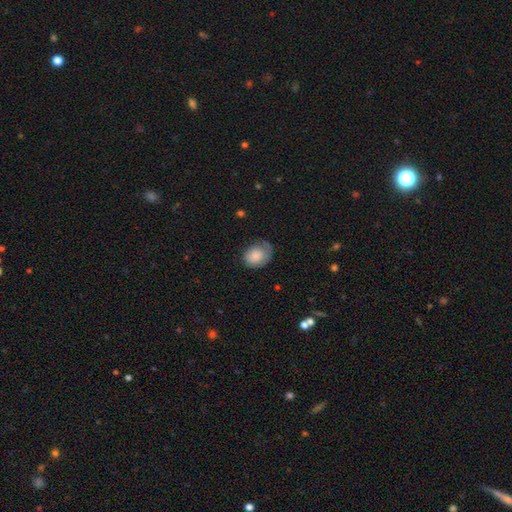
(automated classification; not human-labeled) Smooth or featured? Predicted: smooth (p=0.77). How rounded? Predicted: in between (p=0.63). Merging? Predicted: none (p=0.49).